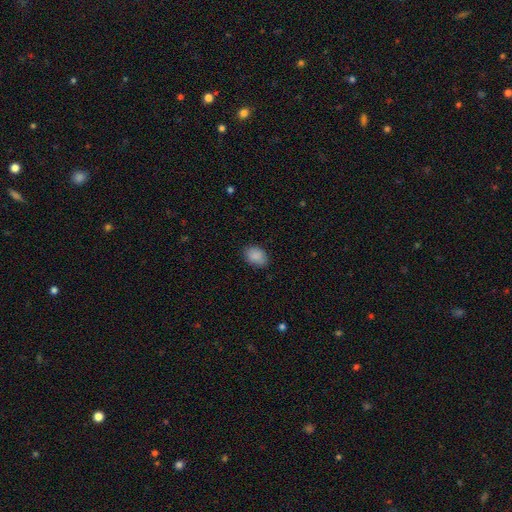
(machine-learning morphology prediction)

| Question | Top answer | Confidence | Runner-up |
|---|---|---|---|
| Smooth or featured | smooth | 89% | star or artifact (8%) |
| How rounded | in between | 75% | round (24%) |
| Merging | none | 82% | minor disturbance (14%) |